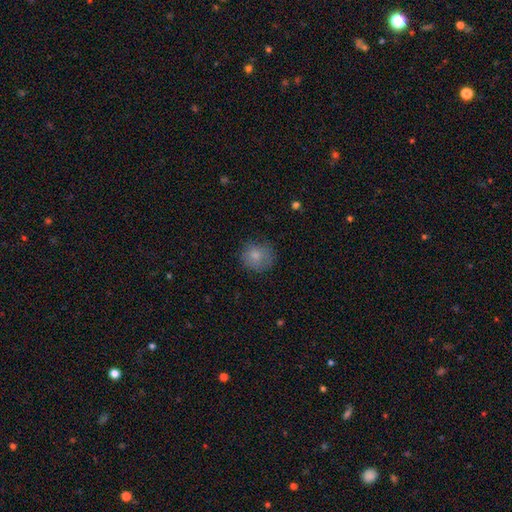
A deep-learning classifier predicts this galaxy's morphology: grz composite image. It shows a smooth galaxy with no disk features (81%) that is round (85%). Merging: none (76%).